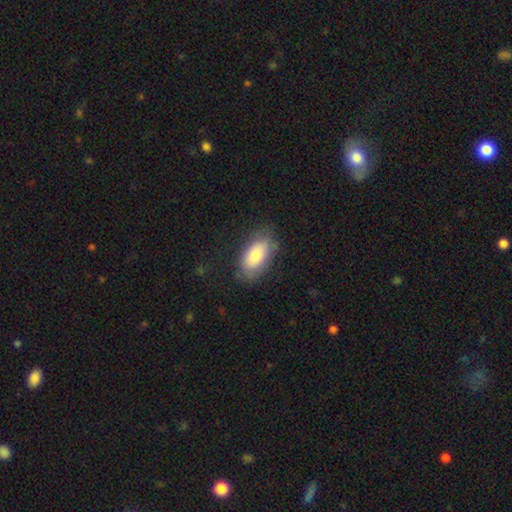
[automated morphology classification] smooth-or-featured: smooth: 80% | featured or disk: 14% | star or artifact: 7%
  how-rounded: in between: 92% | cigar-shaped: 4% | round: 4%
  merging: none: 76% | minor disturbance: 18% | major disturbance: 5% | merger: 1%